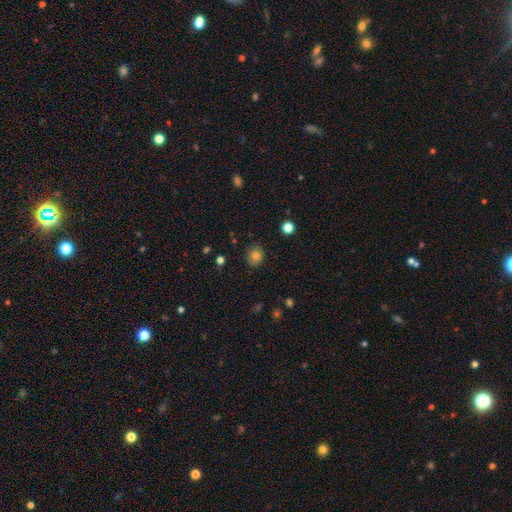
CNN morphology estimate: Smooth or featured? smooth (81%)
How rounded? round (77%)
Merging? none (86%)